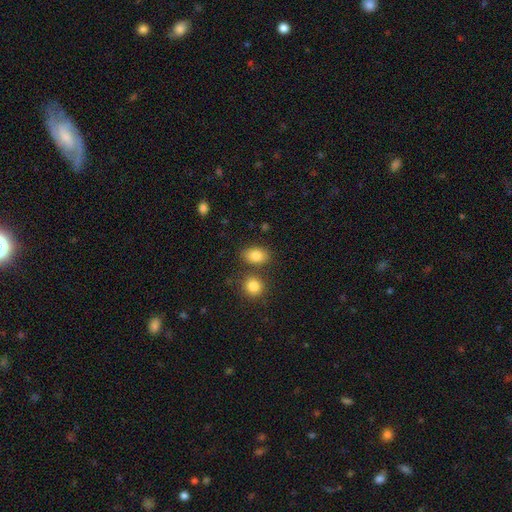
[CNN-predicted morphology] Smooth or featured: smooth — 84% (star or artifact — 9%)
How rounded: in between — 83% (round — 15%)
Merging: none — 72% (merger — 14%)